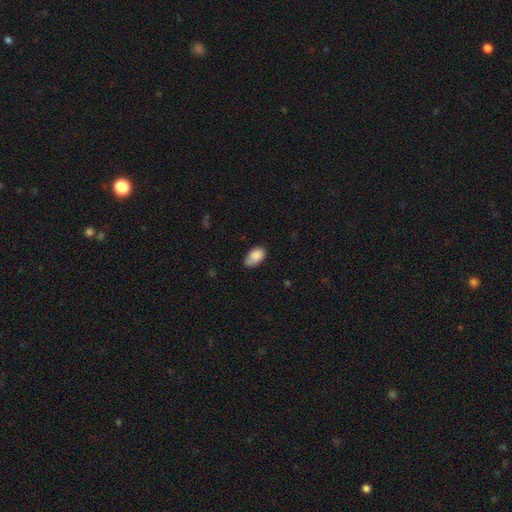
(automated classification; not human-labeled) Smooth or featured? smooth (87%)
How rounded? in between (91%)
Merging? none (60%)